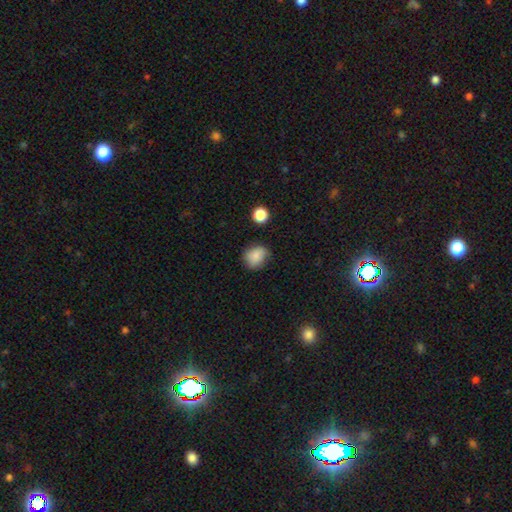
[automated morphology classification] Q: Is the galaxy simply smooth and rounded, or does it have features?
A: smooth — 83%.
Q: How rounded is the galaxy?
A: round — 58%.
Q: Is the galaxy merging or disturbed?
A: none — 68%.